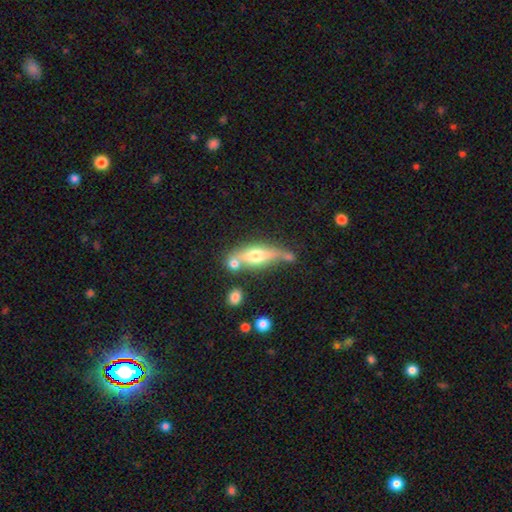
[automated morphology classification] Overall: featured or disk (49%; smooth 43%). Merging: none (52%; merger 24%).